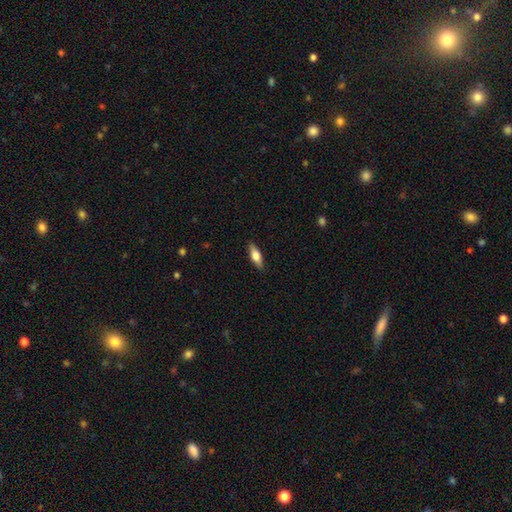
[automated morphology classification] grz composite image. It shows a smooth galaxy with no disk features (65%) that is in between round and cigar-shaped (60%). Merging: none (88%).